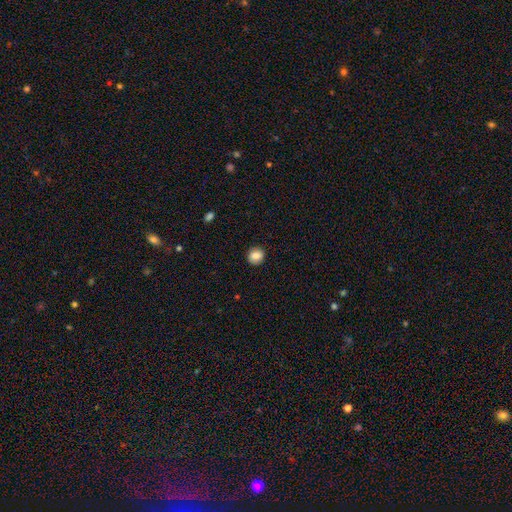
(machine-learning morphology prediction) Q: Smooth or featured?
A: smooth (84%); runner-up: star or artifact (9%)
Q: How rounded?
A: round (86%); runner-up: in between (13%)
Q: Merging?
A: none (91%); runner-up: minor disturbance (6%)